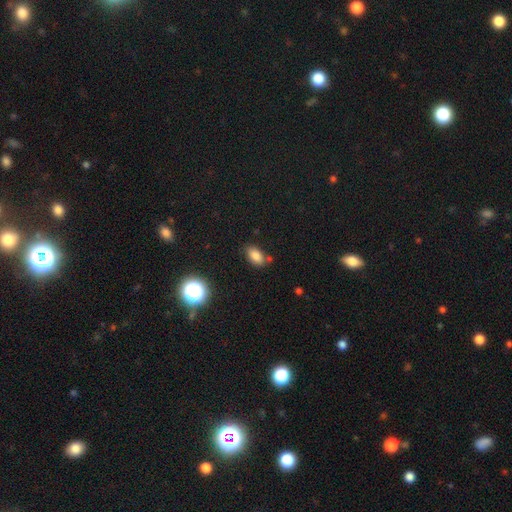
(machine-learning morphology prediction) A smooth galaxy with no disk features (82%) that is in between round and cigar-shaped (89%).

Vote fractions:
- Smooth or featured? smooth: 82% / star or artifact: 12% / featured or disk: 6%
- How rounded? in between: 89% / round: 8% / cigar-shaped: 3%
- Merging? none: 76% / minor disturbance: 15% / merger: 6% / major disturbance: 3%